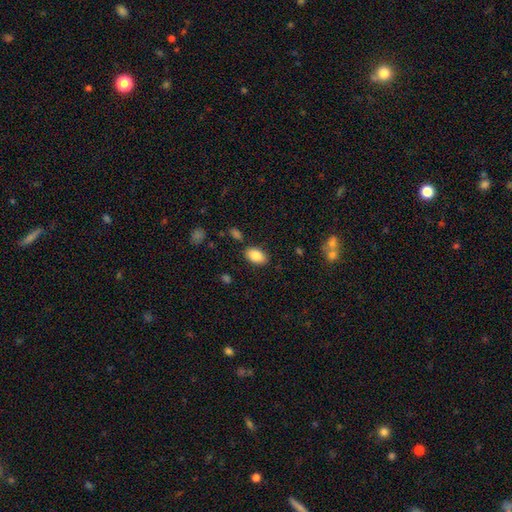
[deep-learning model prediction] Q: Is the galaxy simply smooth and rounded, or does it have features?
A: smooth — 86%.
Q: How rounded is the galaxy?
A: in between — 91%.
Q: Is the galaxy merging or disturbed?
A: none — 84%.